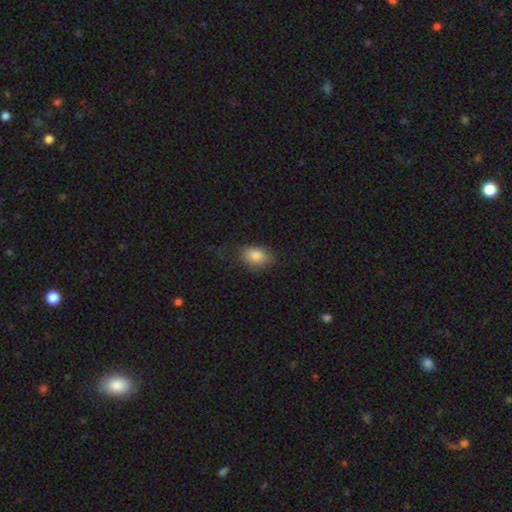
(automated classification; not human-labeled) Smooth or featured: smooth — 84% (star or artifact — 9%)
How rounded: in between — 79% (round — 19%)
Merging: none — 61% (minor disturbance — 27%)